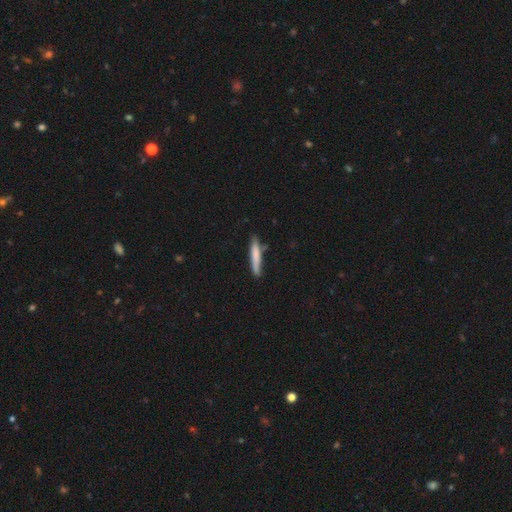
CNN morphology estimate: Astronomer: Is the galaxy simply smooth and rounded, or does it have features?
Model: smooth — 74%.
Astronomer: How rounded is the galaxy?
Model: cigar-shaped — 93%.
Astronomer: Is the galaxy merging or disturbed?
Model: none — 77%.